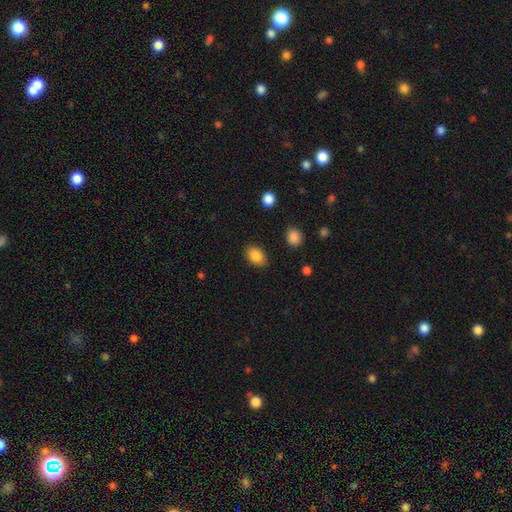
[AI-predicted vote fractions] Overall: smooth (86%). How rounded: in between (82%). Merging: none (85%).